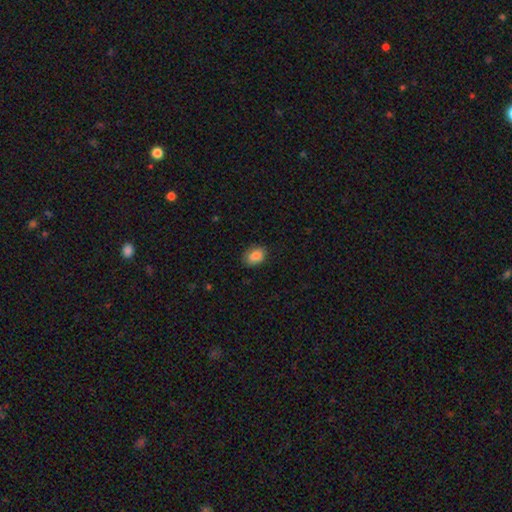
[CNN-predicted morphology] Q: Smooth or featured?
A: smooth (85%); runner-up: star or artifact (8%)
Q: How rounded?
A: in between (74%); runner-up: round (25%)
Q: Merging?
A: none (80%); runner-up: minor disturbance (16%)